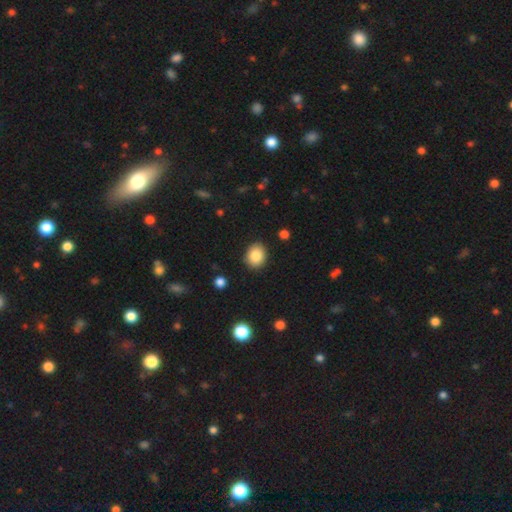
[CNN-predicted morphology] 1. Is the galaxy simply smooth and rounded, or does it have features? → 86% smooth, 9% star or artifact, 6% featured or disk.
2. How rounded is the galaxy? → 58% round, 41% in between, 1% cigar-shaped.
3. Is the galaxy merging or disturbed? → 88% none, 8% minor disturbance, 2% major disturbance, 1% merger.